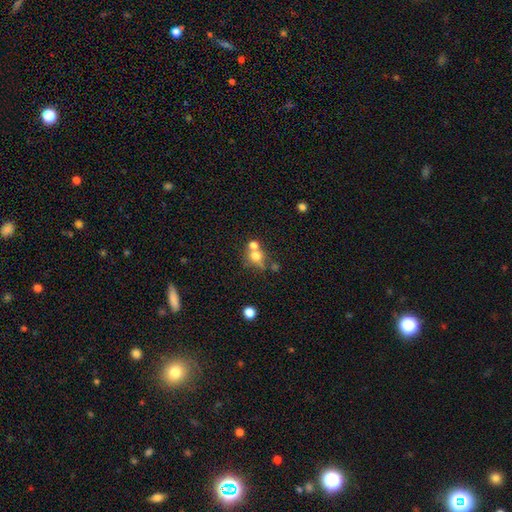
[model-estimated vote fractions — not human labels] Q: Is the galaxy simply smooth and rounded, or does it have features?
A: smooth — 67%.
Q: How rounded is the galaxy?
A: round — 75%.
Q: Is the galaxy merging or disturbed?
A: merger — 44%.